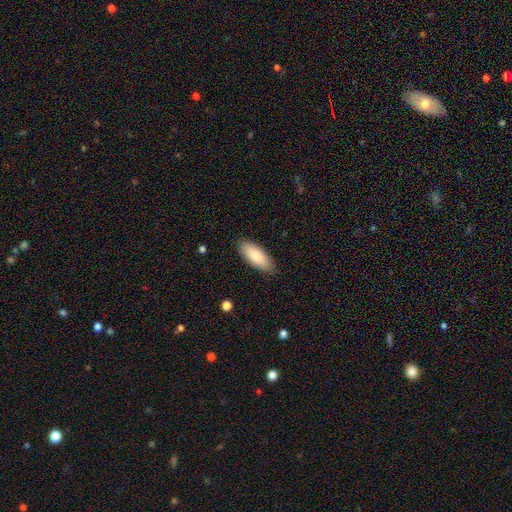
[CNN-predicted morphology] smooth_or_featured: smooth (p=0.85) [alt: featured or disk p=0.09]
how_rounded: in between (p=0.79) [alt: cigar-shaped p=0.19]
merging: none (p=0.87) [alt: minor disturbance p=0.10]